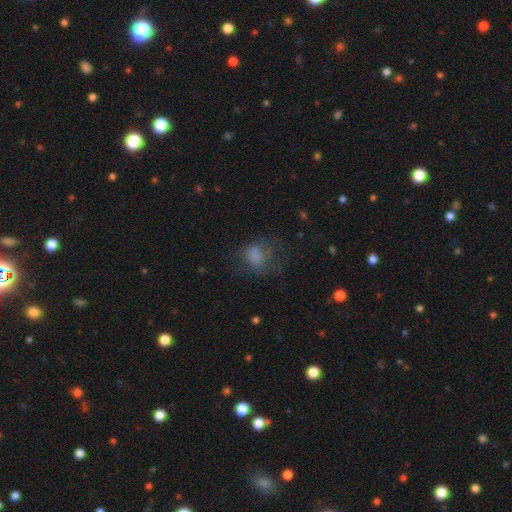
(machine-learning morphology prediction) Overall: smooth (67%). How rounded: round (57%; in between 42%). Merging: none (43%; major disturbance 33%).